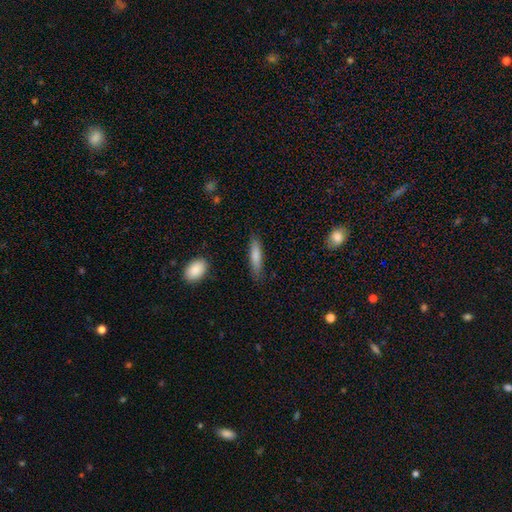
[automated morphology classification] type=smooth (80%); roundness=cigar-shaped (77%); merging=none (83%).